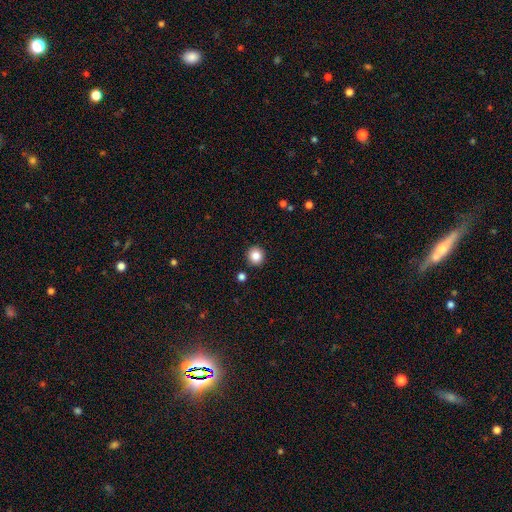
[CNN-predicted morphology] type=smooth (84%); roundness=round (94%); merging=none (91%).